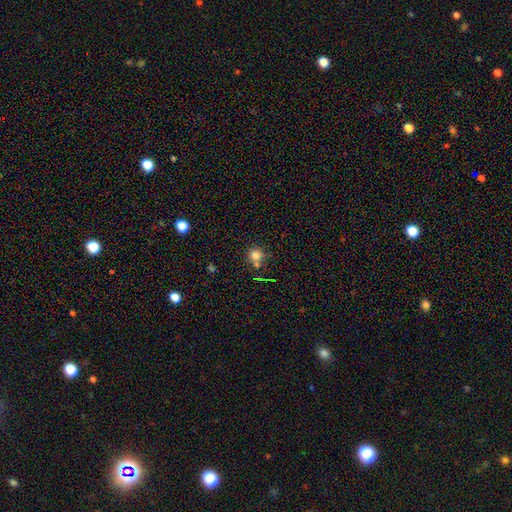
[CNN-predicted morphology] Smooth or featured?
  - smooth: 77% *
  - star or artifact: 14%
  - featured or disk: 9%
How rounded?
  - round: 89% *
  - in between: 10%
  - cigar-shaped: 1%
Merging?
  - none: 59% *
  - merger: 25%
  - minor disturbance: 11%
  - major disturbance: 5%